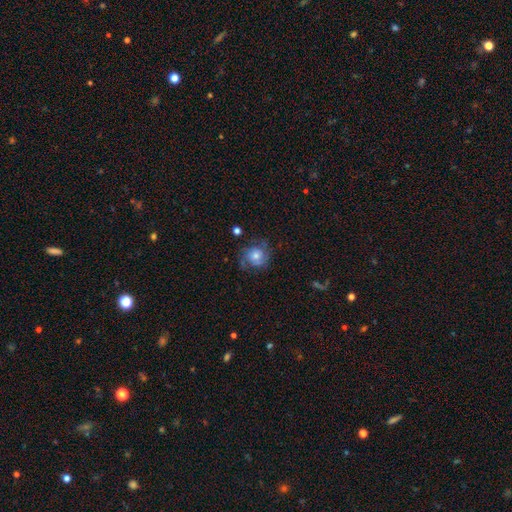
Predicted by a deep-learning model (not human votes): smooth_or_featured: featured or disk (p=0.61) [alt: smooth p=0.30]
disk_edge_on: no (p=0.97) [alt: yes p=0.03]
bar: no (p=0.79) [alt: weak p=0.18]
has_spiral_arms: yes (p=0.87) [alt: no p=0.13]
spiral_winding: tight (p=0.43) [alt: medium p=0.41]
spiral_arm_count: 2 (p=0.43) [alt: can't tell p=0.25]
bulge_size: moderate (p=0.54) [alt: small p=0.29]
merging: none (p=0.67) [alt: minor disturbance p=0.19]